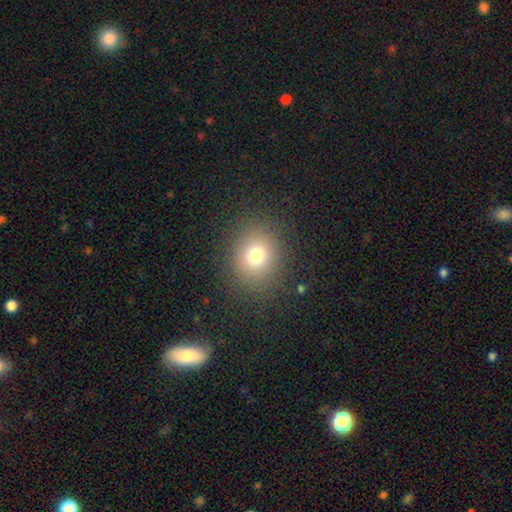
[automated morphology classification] A smooth galaxy with no disk features (75%) that is round (75%). Merging: none (87%).